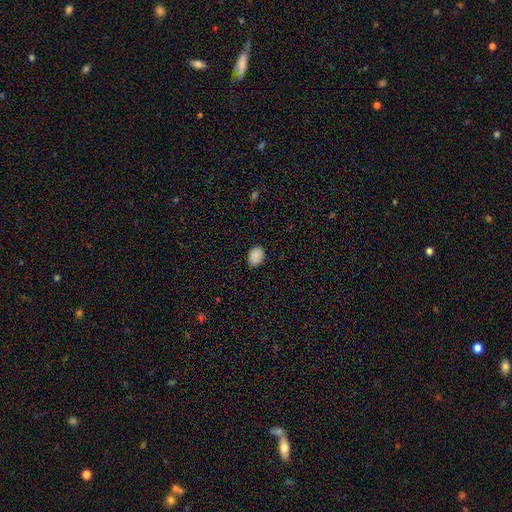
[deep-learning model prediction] smooth-or-featured: smooth: 89% | star or artifact: 9% | featured or disk: 3%
  how-rounded: in between: 71% | round: 28% | cigar-shaped: 1%
  merging: none: 86% | minor disturbance: 11% | major disturbance: 2% | merger: 1%